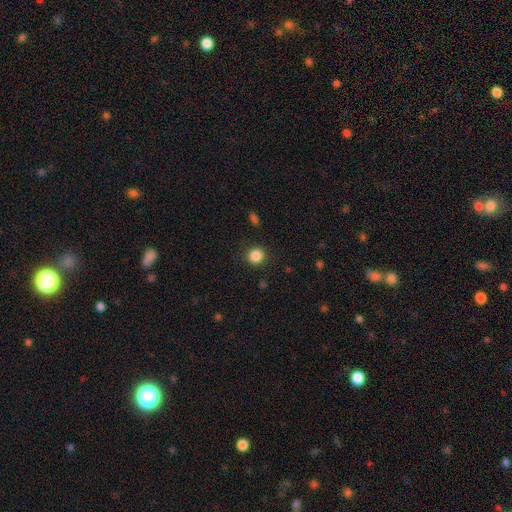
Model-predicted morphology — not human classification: Smooth or featured? smooth (86%)
How rounded? round (90%)
Merging? none (89%)